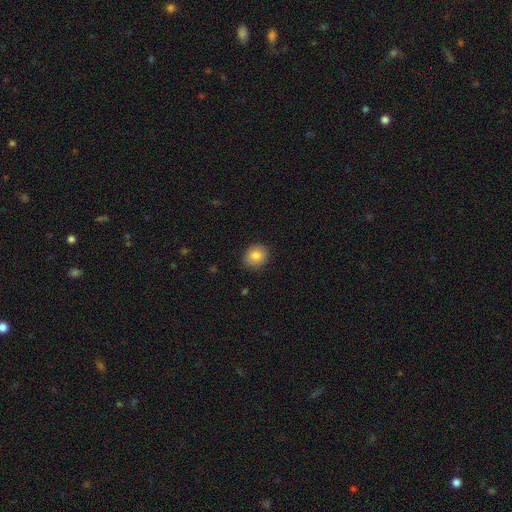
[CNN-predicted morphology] smooth_or_featured: smooth (p=0.83) [alt: star or artifact p=0.09]
how_rounded: round (p=0.78) [alt: in between p=0.21]
merging: none (p=0.88) [alt: minor disturbance p=0.08]